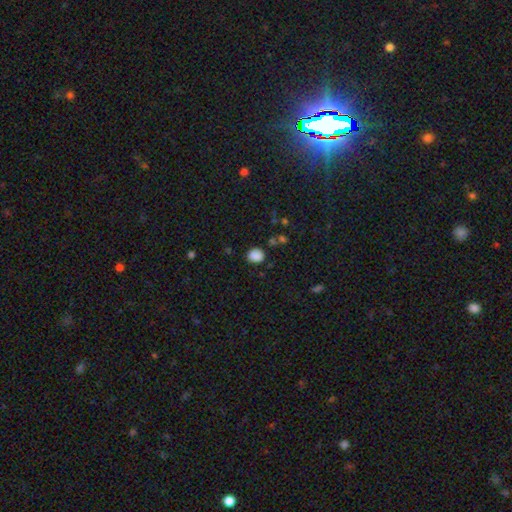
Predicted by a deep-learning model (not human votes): A smooth galaxy with no disk features (85%) that is round (64%).

Vote fractions:
- Smooth or featured? smooth: 85% / star or artifact: 11% / featured or disk: 4%
- How rounded? round: 64% / in between: 35% / cigar-shaped: 1%
- Merging? none: 79% / minor disturbance: 14% / major disturbance: 4% / merger: 3%